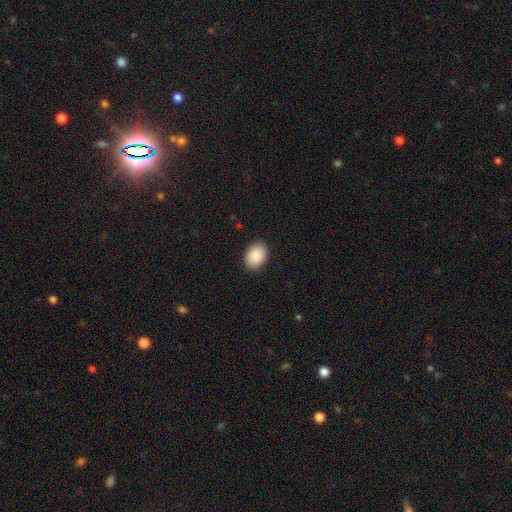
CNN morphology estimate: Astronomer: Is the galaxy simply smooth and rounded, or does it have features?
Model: smooth — 91%.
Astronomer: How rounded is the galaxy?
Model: in between — 70%.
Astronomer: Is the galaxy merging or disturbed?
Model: none — 89%.